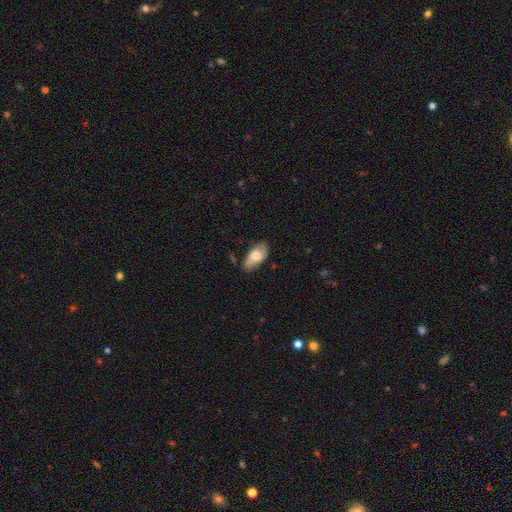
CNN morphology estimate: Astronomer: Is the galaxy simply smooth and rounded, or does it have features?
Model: smooth — 64%.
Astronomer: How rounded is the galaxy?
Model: in between — 92%.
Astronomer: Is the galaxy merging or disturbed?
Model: none — 71%.